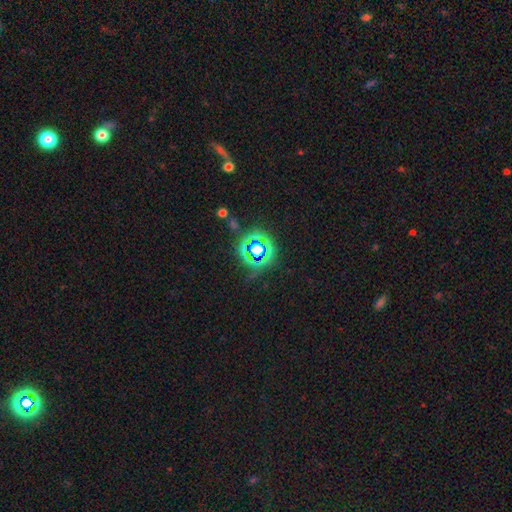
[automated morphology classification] Smooth or featured? Predicted: star or artifact (p=0.74).